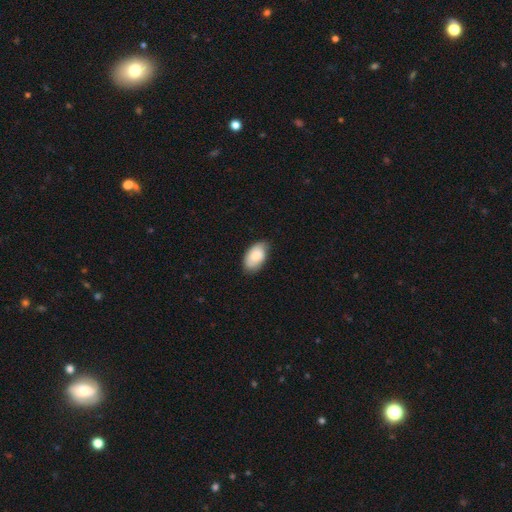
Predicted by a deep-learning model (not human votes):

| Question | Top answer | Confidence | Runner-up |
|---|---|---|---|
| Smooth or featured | smooth | 80% | featured or disk (14%) |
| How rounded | in between | 94% | round (4%) |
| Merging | none | 77% | minor disturbance (19%) |